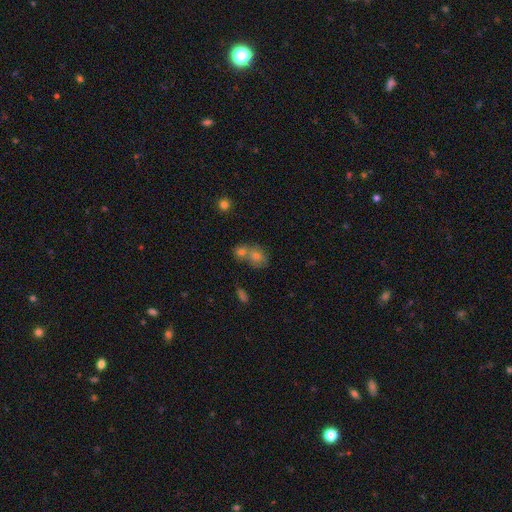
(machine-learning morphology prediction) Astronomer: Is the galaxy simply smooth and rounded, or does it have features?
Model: smooth — 57%.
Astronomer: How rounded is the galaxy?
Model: round — 56% (runner-up: in between, 42%).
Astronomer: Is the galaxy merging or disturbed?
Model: merger — 46% (runner-up: none, 40%).